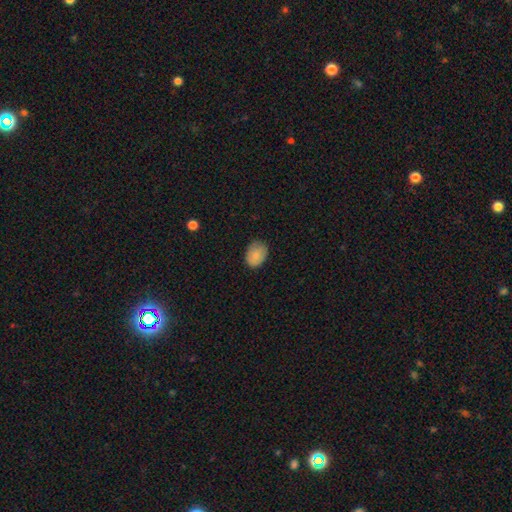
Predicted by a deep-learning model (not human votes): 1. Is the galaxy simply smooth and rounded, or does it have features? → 83% smooth, 10% featured or disk, 7% star or artifact.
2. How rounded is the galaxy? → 70% in between, 29% round, 1% cigar-shaped.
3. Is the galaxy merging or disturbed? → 78% none, 18% minor disturbance, 3% major disturbance, 1% merger.